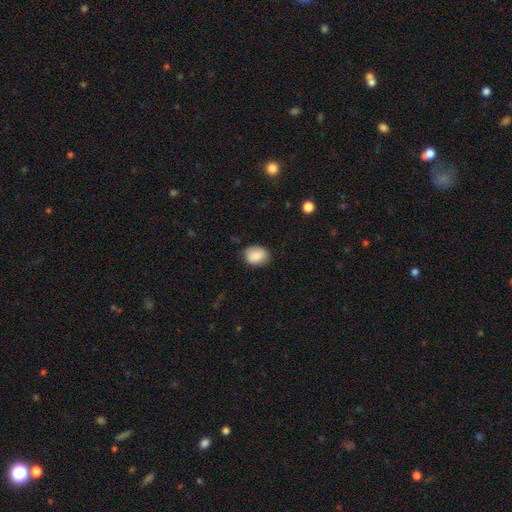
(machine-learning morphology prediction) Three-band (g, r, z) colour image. It shows a smooth galaxy with no disk features (85%) that is in between round and cigar-shaped (54%). Merging: none (79%).